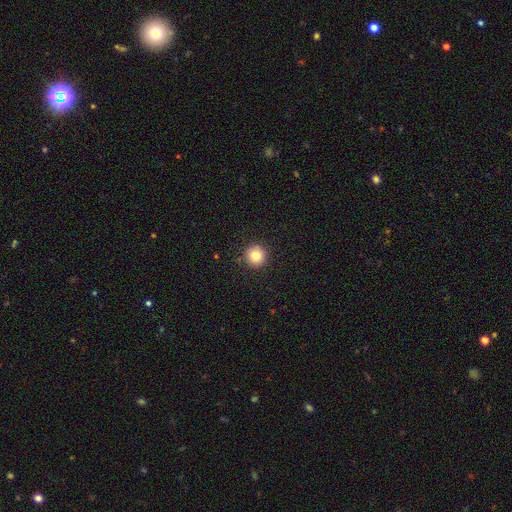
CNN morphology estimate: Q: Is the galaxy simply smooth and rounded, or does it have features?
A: smooth — 81%.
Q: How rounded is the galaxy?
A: round — 95%.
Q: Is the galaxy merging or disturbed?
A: none — 91%.